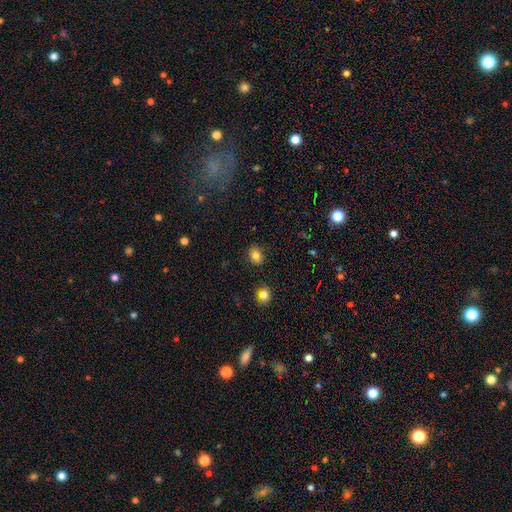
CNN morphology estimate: This is clearly a smooth galaxy (83%). How rounded: possibly in between (54%). Merging: clearly none (86%).